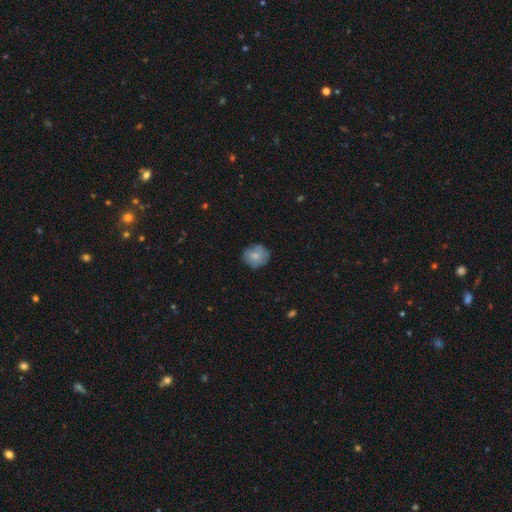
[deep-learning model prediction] smooth 76%, featured or disk 16%, star or artifact 8%. Down the decision tree: how rounded — round (83%); merging — none (78%).